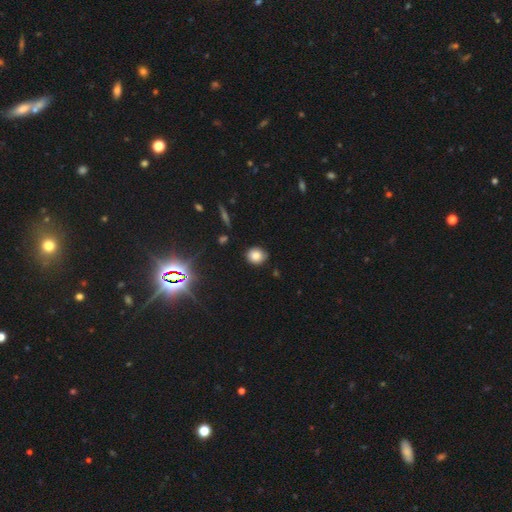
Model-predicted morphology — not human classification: smooth_or_featured: smooth (p=0.80) [alt: star or artifact p=0.12]
how_rounded: round (p=0.76) [alt: in between p=0.23]
merging: none (p=0.80) [alt: minor disturbance p=0.15]